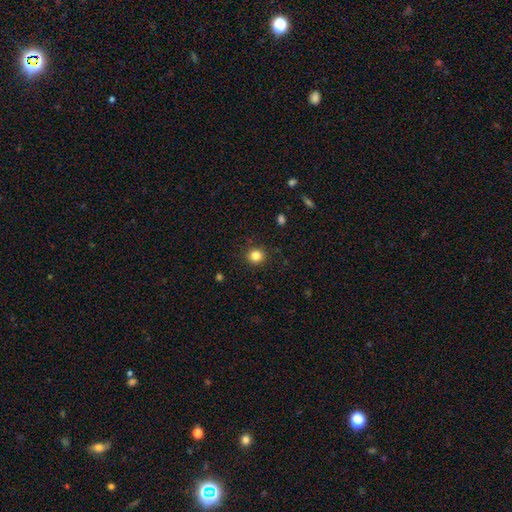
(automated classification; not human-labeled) This appears to be a smooth galaxy with no disk features (83%) that is round (90%). Merging: none (91%).